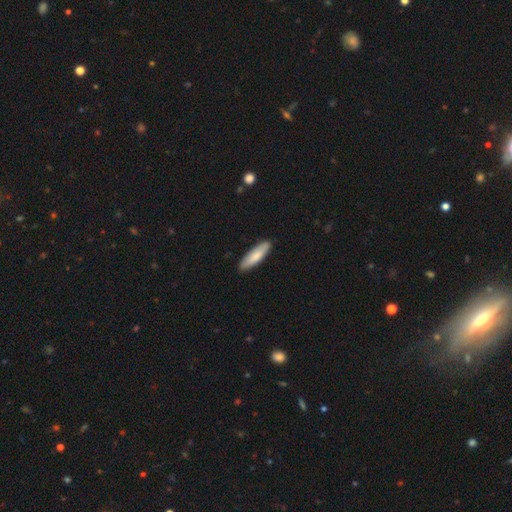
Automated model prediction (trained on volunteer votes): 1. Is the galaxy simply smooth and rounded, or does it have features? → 79% smooth, 16% featured or disk, 5% star or artifact.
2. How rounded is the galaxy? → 65% cigar-shaped, 33% in between, 1% round.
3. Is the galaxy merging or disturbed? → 89% none, 9% minor disturbance, 2% major disturbance, 1% merger.